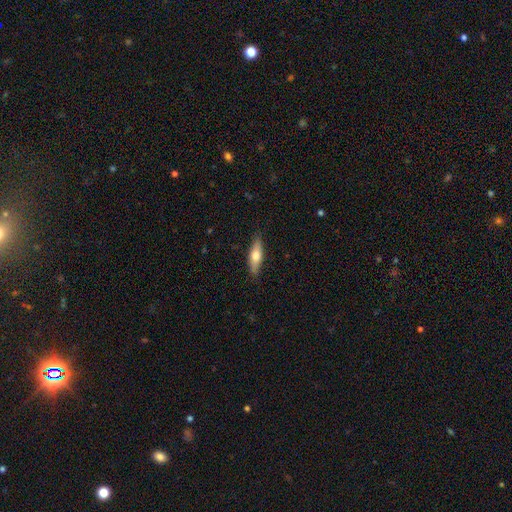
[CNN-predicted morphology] Overall: smooth (58%; featured or disk 36%). How rounded: cigar-shaped (56%; in between 42%). Merging: none (87%).